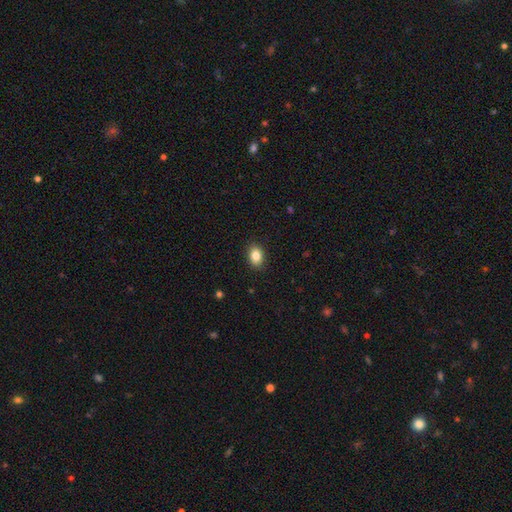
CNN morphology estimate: smooth-or-featured: smooth: 84% | star or artifact: 9% | featured or disk: 7%
  how-rounded: in between: 75% | round: 24% | cigar-shaped: 1%
  merging: none: 89% | minor disturbance: 8% | major disturbance: 2% | merger: 1%